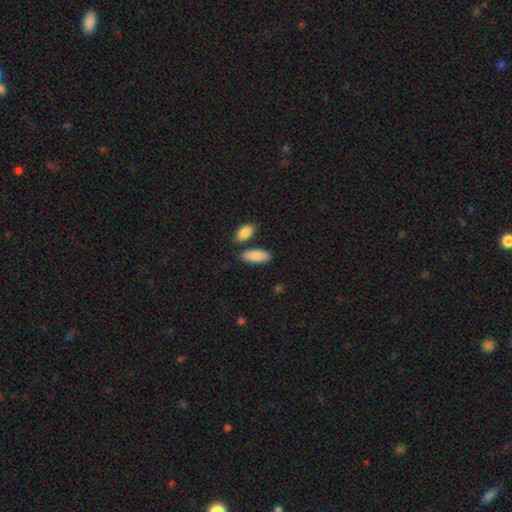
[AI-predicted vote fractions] A smooth galaxy with no disk features (89%) that is in between round and cigar-shaped (78%).

Vote fractions:
- Smooth or featured? smooth: 89% / featured or disk: 6% / star or artifact: 5%
- How rounded? in between: 78% / cigar-shaped: 19% / round: 2%
- Merging? none: 76% / minor disturbance: 12% / merger: 10% / major disturbance: 3%